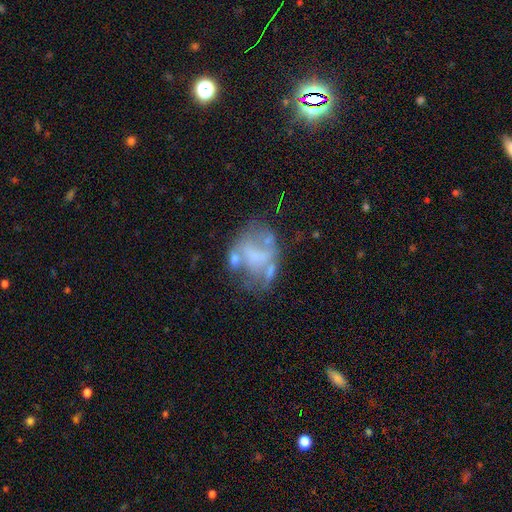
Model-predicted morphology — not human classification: Overall: featured or disk (60%; smooth 28%). Edge-on disk: no (98%). Bar: no (79%). Spiral arms: no (84%). Bulge size: none (65%). Merging: none (33%; major disturbance 27%).